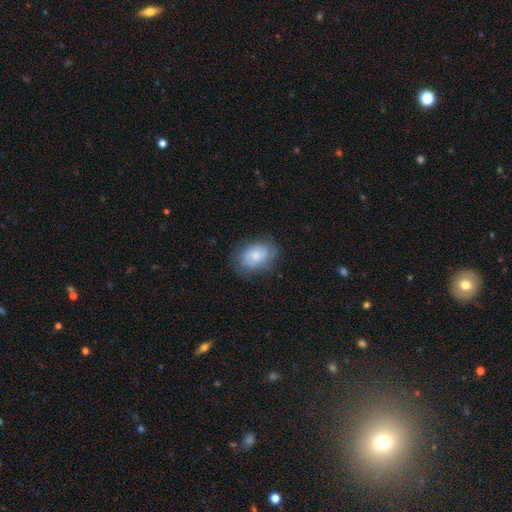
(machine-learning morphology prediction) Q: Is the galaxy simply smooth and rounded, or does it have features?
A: smooth — 53%.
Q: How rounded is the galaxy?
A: in between — 76%.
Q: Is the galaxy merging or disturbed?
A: none — 71%.